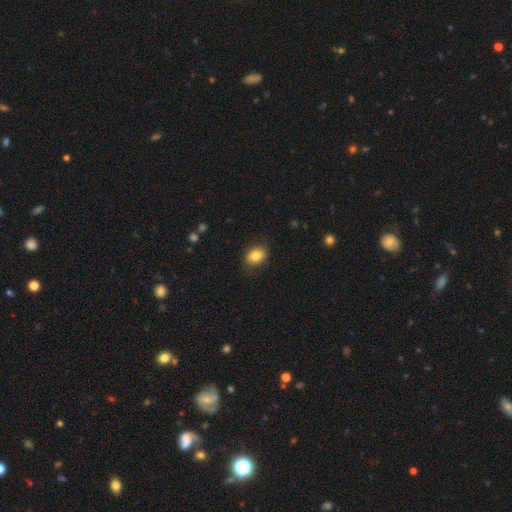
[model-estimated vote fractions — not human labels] smooth_or_featured: smooth (p=0.82) [alt: featured or disk p=0.10]
how_rounded: in between (p=0.61) [alt: round p=0.38]
merging: none (p=0.79) [alt: minor disturbance p=0.16]